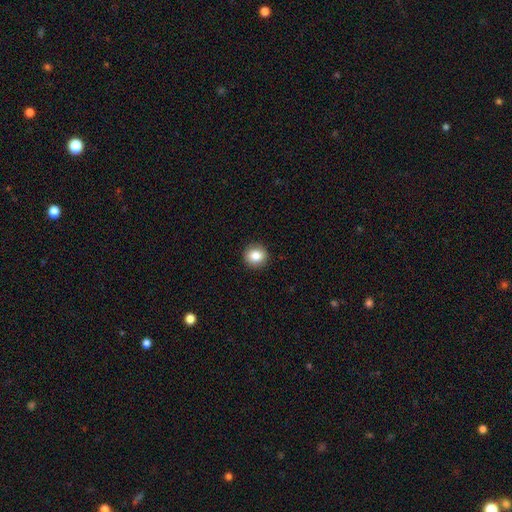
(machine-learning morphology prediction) Smooth or featured: smooth — 84% (star or artifact — 9%)
How rounded: round — 90% (in between — 9%)
Merging: none — 92% (minor disturbance — 6%)